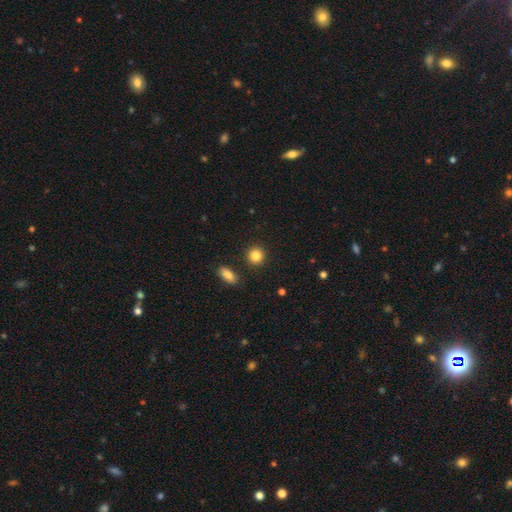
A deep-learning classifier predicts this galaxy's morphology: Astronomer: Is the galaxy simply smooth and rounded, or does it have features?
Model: smooth — 86%.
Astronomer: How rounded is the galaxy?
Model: round — 89%.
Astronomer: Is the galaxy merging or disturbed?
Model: none — 89%.